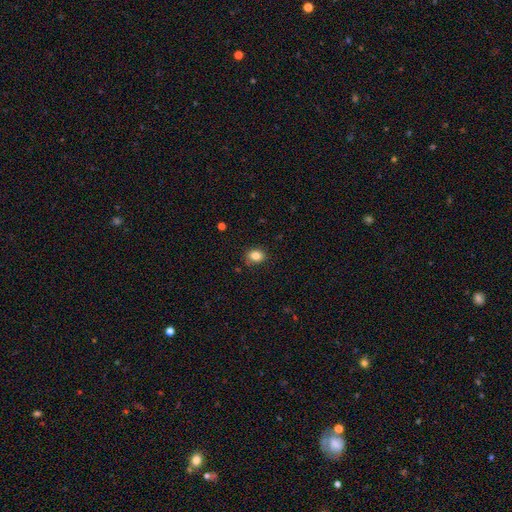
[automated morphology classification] smooth_or_featured: smooth (p=0.85) [alt: star or artifact p=0.10]
how_rounded: in between (p=0.57) [alt: round p=0.42]
merging: none (p=0.84) [alt: minor disturbance p=0.12]